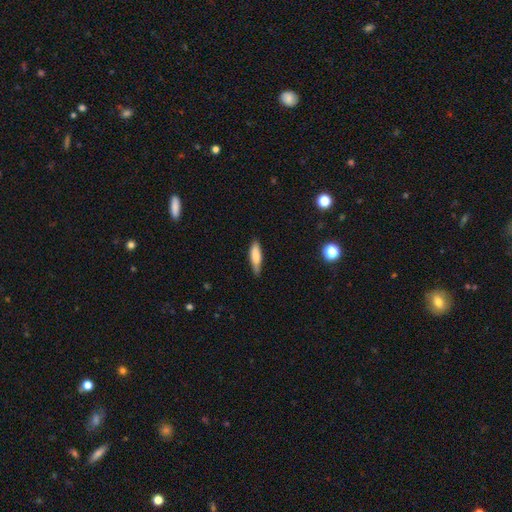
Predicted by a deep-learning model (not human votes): The model was most divided on "how rounded": cigar-shaped: 63%, in between: 35%, round: 2%. More confident: smooth or featured — smooth (79%); merging — none (74%).